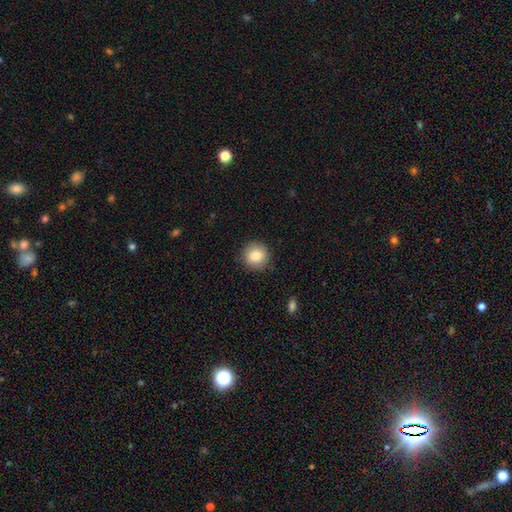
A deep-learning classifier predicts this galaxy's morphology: The model was most divided on "smooth or featured": smooth: 84%, star or artifact: 9%, featured or disk: 7%. More confident: how rounded — round (90%); merging — none (89%).